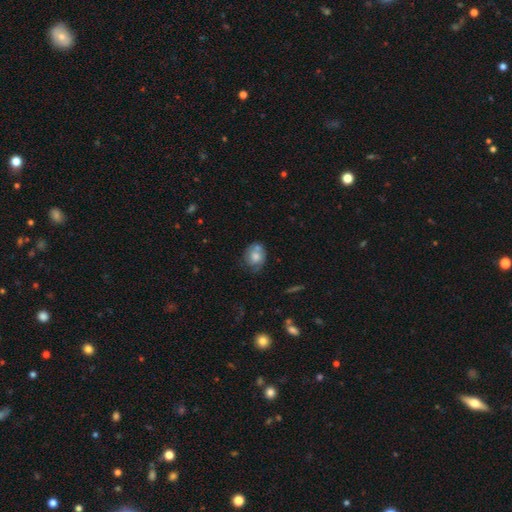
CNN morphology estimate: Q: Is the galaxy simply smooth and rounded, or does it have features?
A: smooth — 62%.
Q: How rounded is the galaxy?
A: round — 51%.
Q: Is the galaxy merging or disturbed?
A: none — 48%.